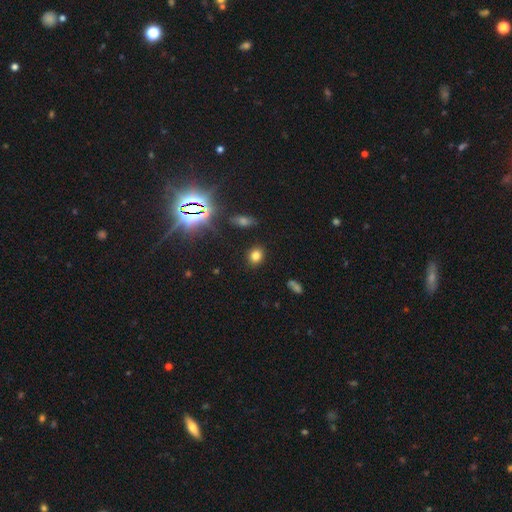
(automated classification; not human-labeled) Morphology: type=smooth (75%); roundness=round (57%); merging=none (88%).